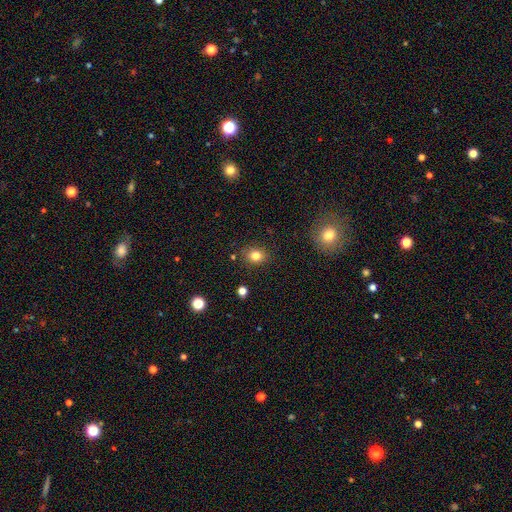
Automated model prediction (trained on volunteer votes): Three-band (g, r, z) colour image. It shows a smooth galaxy with no disk features (81%) that is round (64%). Merging: none (85%).